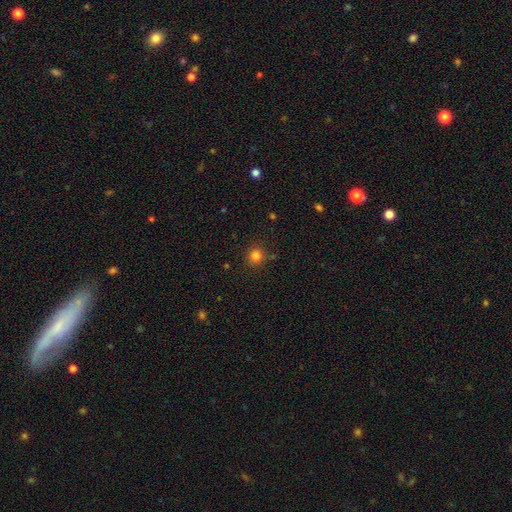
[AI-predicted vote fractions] A smooth galaxy with no disk features (81%) that is round (89%).

Vote fractions:
- Smooth or featured? smooth: 81% / star or artifact: 14% / featured or disk: 5%
- How rounded? round: 89% / in between: 10% / cigar-shaped: 1%
- Merging? none: 86% / minor disturbance: 9% / major disturbance: 3% / merger: 3%